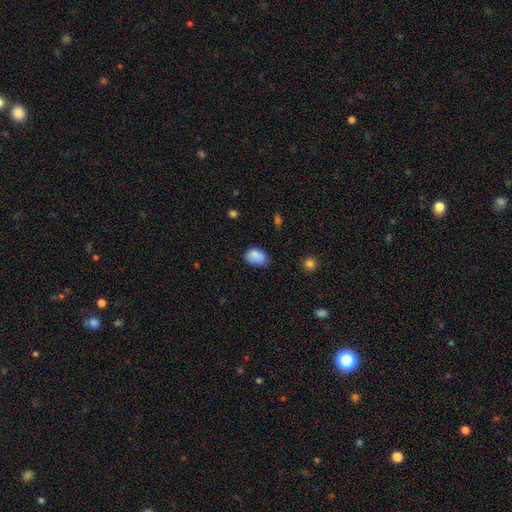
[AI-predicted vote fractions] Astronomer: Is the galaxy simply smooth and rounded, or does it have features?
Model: smooth — 84%.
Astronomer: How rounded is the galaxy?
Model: in between — 84%.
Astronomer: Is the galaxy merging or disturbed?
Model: none — 53% (runner-up: minor disturbance, 36%).